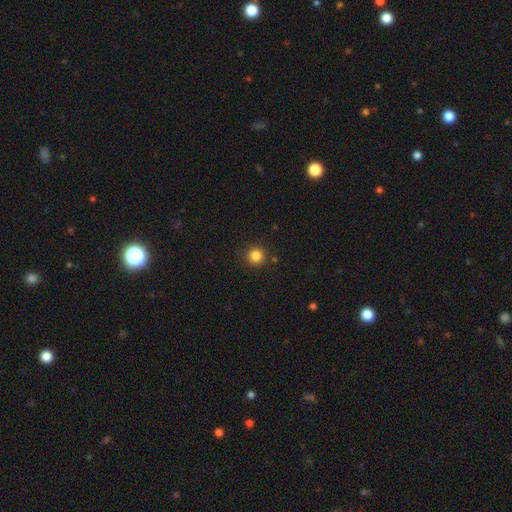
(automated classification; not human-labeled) Morphology: type=smooth (84%); roundness=round (95%); merging=none (90%).